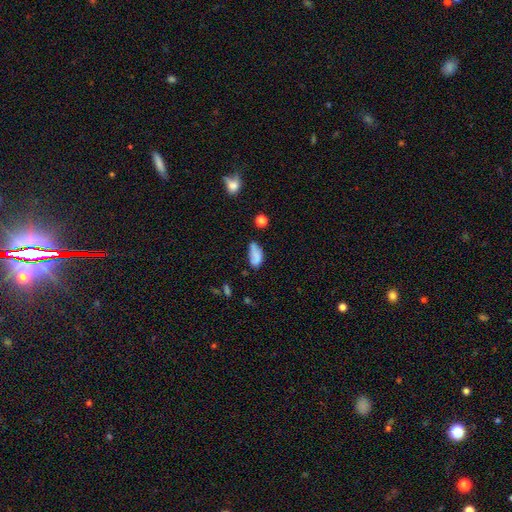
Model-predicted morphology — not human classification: Smooth or featured?
  - smooth: 73% *
  - featured or disk: 16%
  - star or artifact: 10%
How rounded?
  - in between: 89% *
  - cigar-shaped: 7%
  - round: 5%
Merging?
  - none: 40% *
  - minor disturbance: 36%
  - major disturbance: 16%
  - merger: 8%